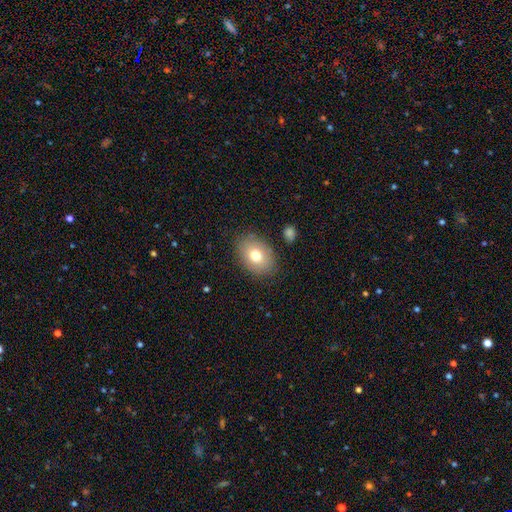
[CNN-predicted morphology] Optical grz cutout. It shows a smooth galaxy with no disk features (75%) that is in between round and cigar-shaped (79%). Merging: none (82%).